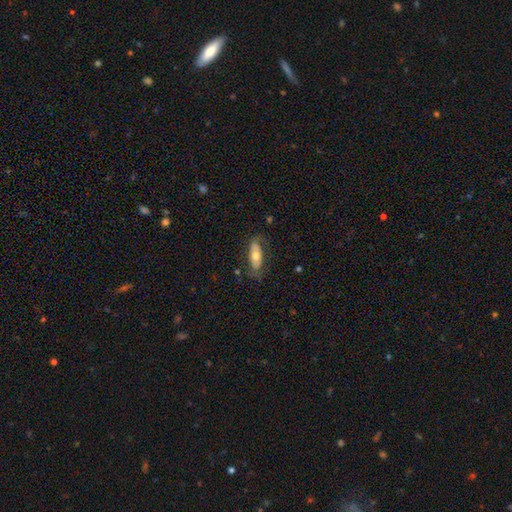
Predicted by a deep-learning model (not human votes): smooth 54%, featured or disk 40%, star or artifact 6%. Down the decision tree: how rounded — in between (77%); merging — none (68%).